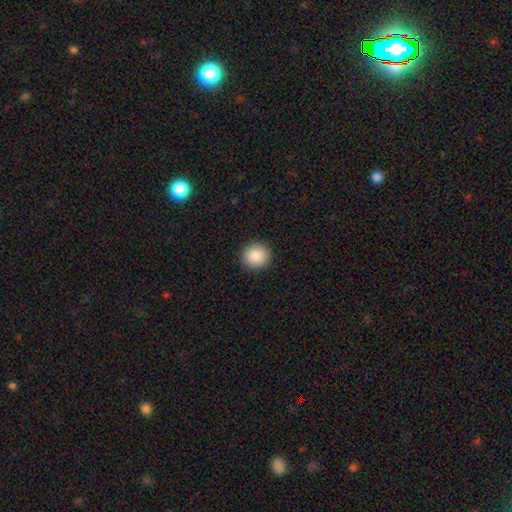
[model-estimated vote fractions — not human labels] Smooth or featured? Predicted: smooth (p=0.89). How rounded? Predicted: round (p=0.91). Merging? Predicted: none (p=0.92).